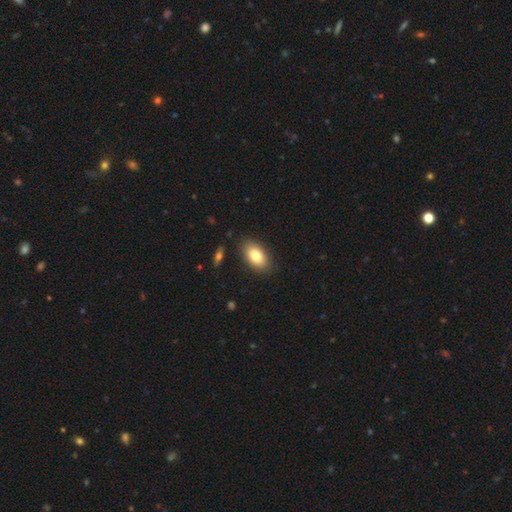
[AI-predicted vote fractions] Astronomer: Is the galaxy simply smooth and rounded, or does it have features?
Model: smooth — 82%.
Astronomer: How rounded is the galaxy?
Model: in between — 92%.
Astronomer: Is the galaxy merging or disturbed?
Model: none — 85%.